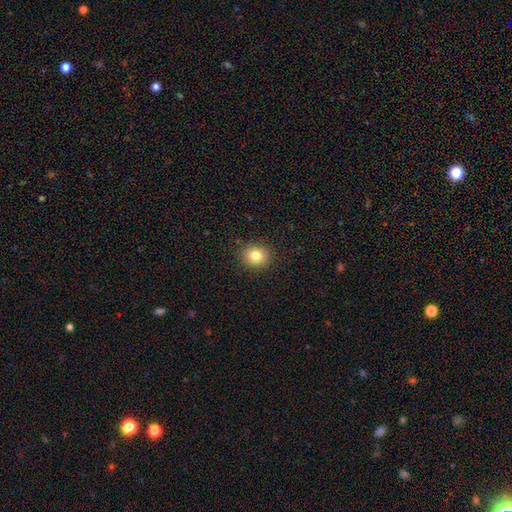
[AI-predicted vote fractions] Smooth or featured?
  - smooth: 80% *
  - star or artifact: 11%
  - featured or disk: 8%
How rounded?
  - round: 79% *
  - in between: 20%
  - cigar-shaped: 1%
Merging?
  - none: 90% *
  - minor disturbance: 7%
  - major disturbance: 2%
  - merger: 1%